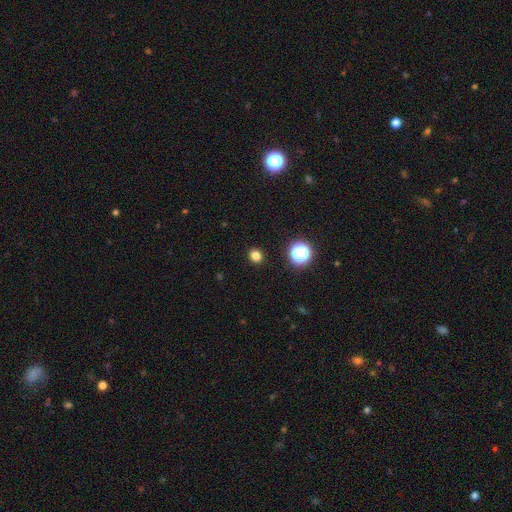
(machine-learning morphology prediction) smooth 80%, star or artifact 16%, featured or disk 4%. Down the decision tree: how rounded — round (73%); merging — none (92%).